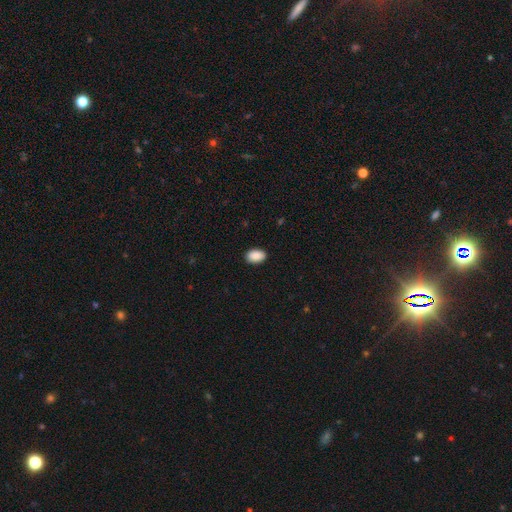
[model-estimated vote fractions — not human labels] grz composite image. It shows a smooth galaxy with no disk features (91%) that is in between round and cigar-shaped (89%). Merging: none (89%).